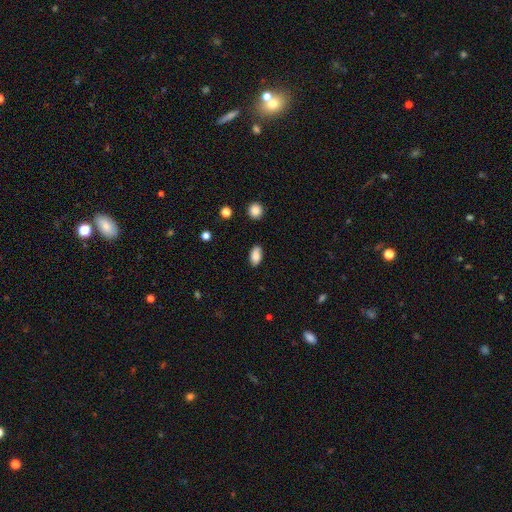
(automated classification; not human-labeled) smooth-or-featured: smooth: 85% | star or artifact: 8% | featured or disk: 7%
  how-rounded: in between: 92% | round: 5% | cigar-shaped: 3%
  merging: none: 84% | minor disturbance: 12% | major disturbance: 2% | merger: 2%